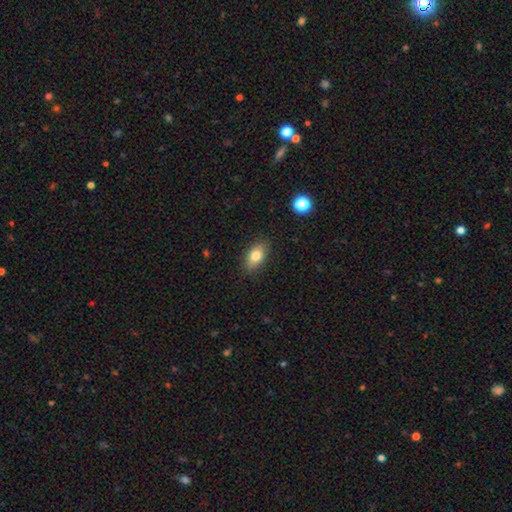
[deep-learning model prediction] Q: Smooth or featured?
A: smooth (80%); runner-up: featured or disk (11%)
Q: How rounded?
A: in between (87%); runner-up: round (8%)
Q: Merging?
A: none (85%); runner-up: minor disturbance (11%)